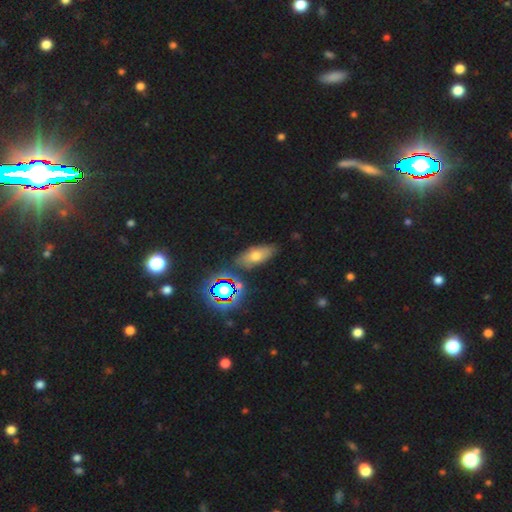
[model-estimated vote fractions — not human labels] A smooth galaxy with no disk features (52%) that is in between round and cigar-shaped (76%). Merging: none (78%).